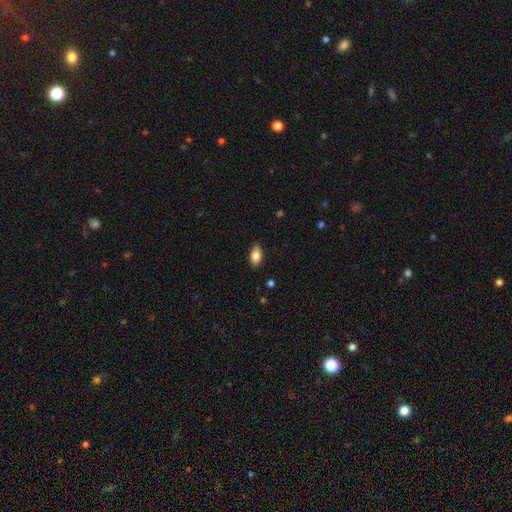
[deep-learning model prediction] A smooth galaxy with no disk features (82%) that is in between round and cigar-shaped (92%). Merging: none (87%).